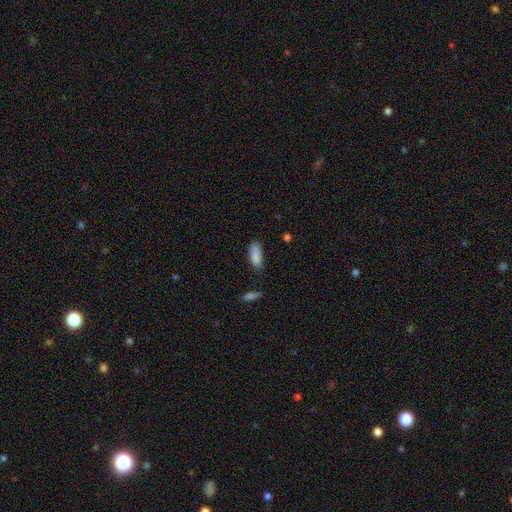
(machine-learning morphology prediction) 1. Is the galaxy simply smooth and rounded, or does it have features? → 87% smooth, 7% star or artifact, 5% featured or disk.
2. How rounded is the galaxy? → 70% in between, 28% cigar-shaped, 2% round.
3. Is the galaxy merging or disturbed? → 73% none, 20% minor disturbance, 4% major disturbance, 3% merger.